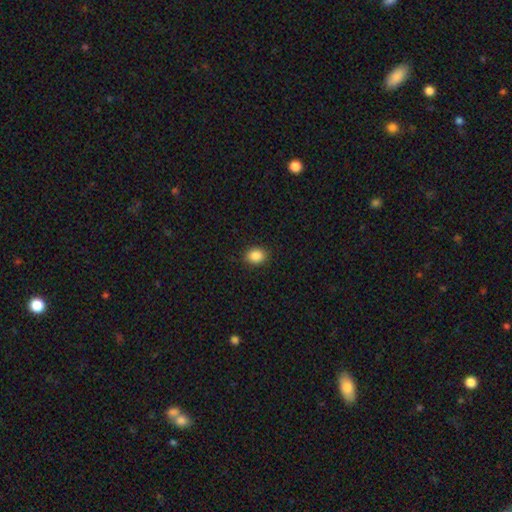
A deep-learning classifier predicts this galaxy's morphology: Smooth or featured? smooth (87%)
How rounded? round (51%)
Merging? none (89%)